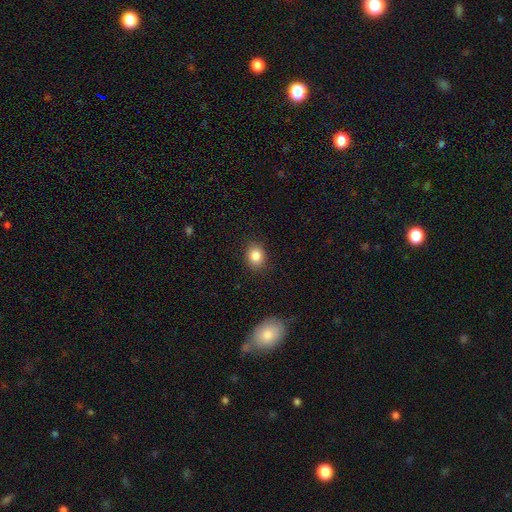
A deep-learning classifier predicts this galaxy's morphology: Smooth or featured? Predicted: smooth (p=0.84). How rounded? Predicted: round (p=0.59). Merging? Predicted: none (p=0.88).